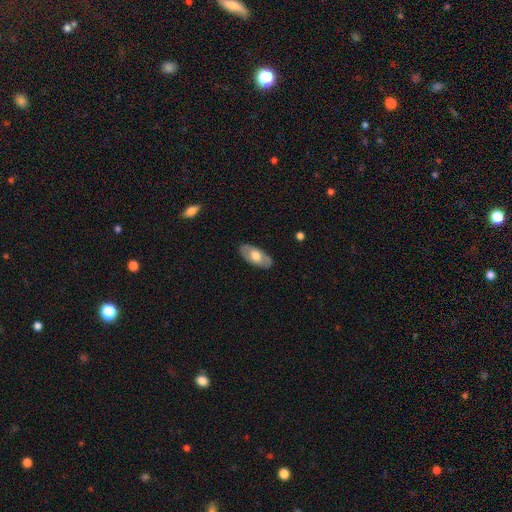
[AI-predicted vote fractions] Smooth or featured? smooth (53%)
How rounded? in between (92%)
Merging? none (85%)